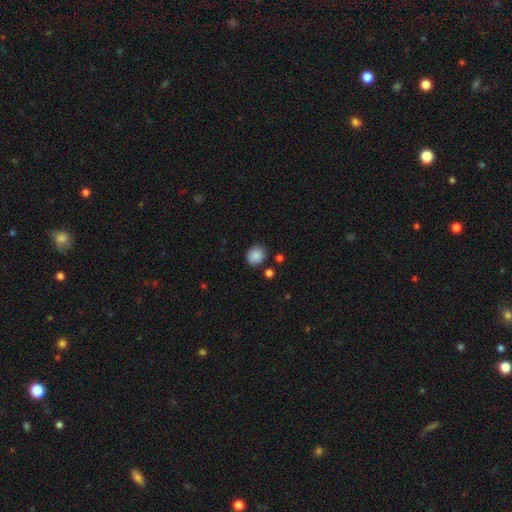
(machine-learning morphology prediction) Overall: smooth (87%). How rounded: round (81%). Merging: none (84%).